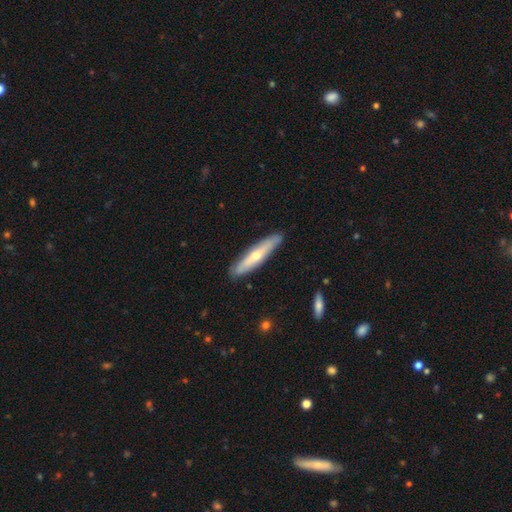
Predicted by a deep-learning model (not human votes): smooth-or-featured: featured or disk: 48% | smooth: 47% | star or artifact: 5%
  merging: none: 88% | minor disturbance: 9% | major disturbance: 2% | merger: 1%